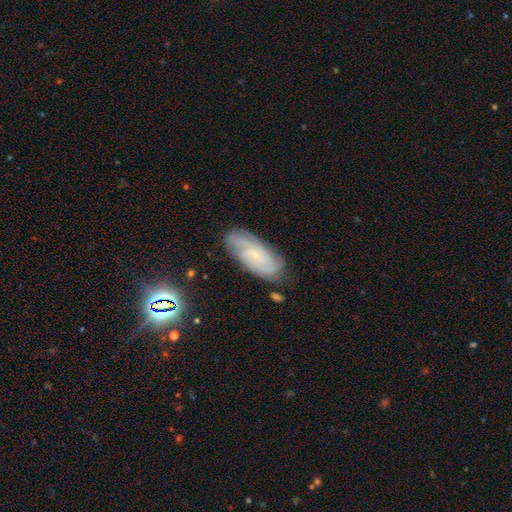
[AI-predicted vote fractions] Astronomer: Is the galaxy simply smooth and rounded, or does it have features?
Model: featured or disk — 73%.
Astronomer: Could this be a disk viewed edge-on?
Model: no — 93%.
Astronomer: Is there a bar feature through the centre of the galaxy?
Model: no — 69%.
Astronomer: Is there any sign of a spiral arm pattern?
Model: yes — 93%.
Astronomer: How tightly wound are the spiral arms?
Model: tight — 60%.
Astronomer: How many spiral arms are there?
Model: can't tell — 38% (runner-up: 2, 23%).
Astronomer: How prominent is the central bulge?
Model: small — 82%.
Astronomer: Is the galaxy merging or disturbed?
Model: none — 75%.